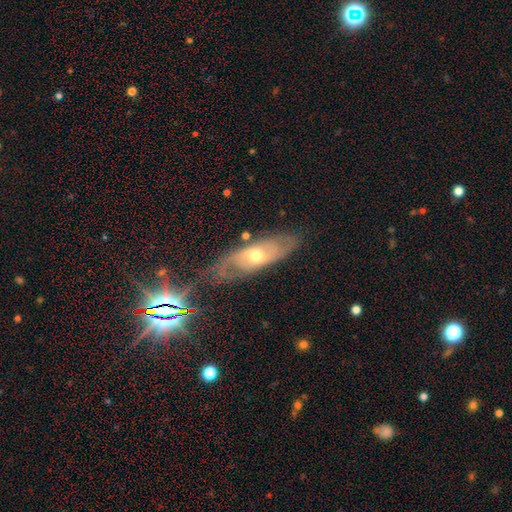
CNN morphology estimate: type=featured or disk (65%); edge-on=no (80%); bar=no (64%); spiral arms=yes (71%); bulge=moderate (68%); merging=none (66%).